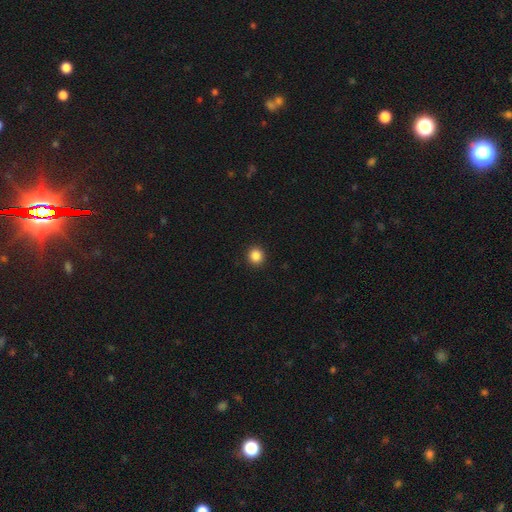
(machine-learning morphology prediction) type=smooth (87%); roundness=round (92%); merging=none (93%).